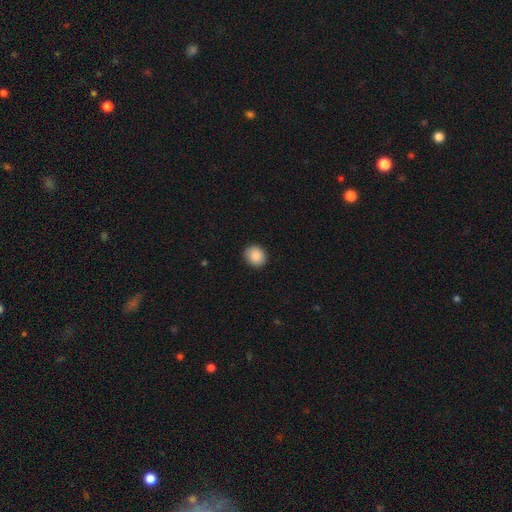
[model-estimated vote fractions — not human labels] Smooth or featured?
  - smooth: 89% *
  - star or artifact: 8%
  - featured or disk: 4%
How rounded?
  - round: 68% *
  - in between: 31%
  - cigar-shaped: 1%
Merging?
  - none: 90% *
  - minor disturbance: 7%
  - major disturbance: 2%
  - merger: 1%